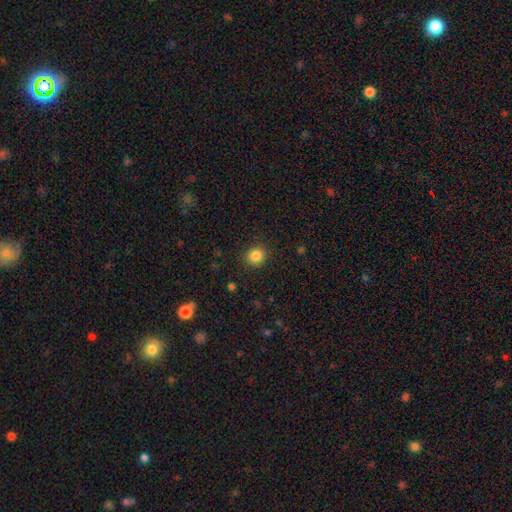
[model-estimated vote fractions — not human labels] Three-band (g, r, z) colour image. It shows a smooth galaxy with no disk features (85%) that is round (84%). Merging: none (90%).